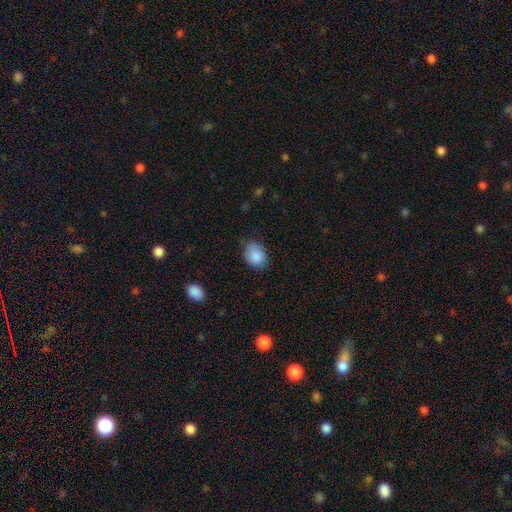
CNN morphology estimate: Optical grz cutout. It shows a smooth galaxy with no disk features (88%) that is in between round and cigar-shaped (60%). Merging: none (66%).